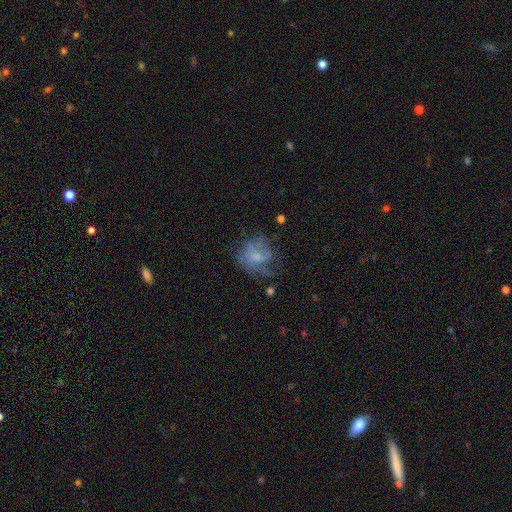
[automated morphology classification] Smooth or featured? Predicted: featured or disk (p=0.54). Edge-on disk? Predicted: no (p=0.98). Bar? Predicted: no (p=0.75). Spiral arms? Predicted: yes (p=0.61). Bulge size? Predicted: moderate (p=0.37). Merging? Predicted: none (p=0.42).